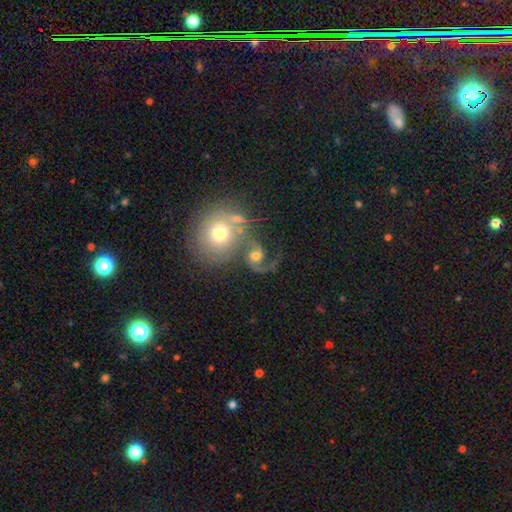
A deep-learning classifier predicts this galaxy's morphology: smooth-or-featured: featured or disk: 77% | smooth: 15% | star or artifact: 8%
  disk-edge-on: no: 98% | yes: 2%
    bar: no: 62% | weak: 30% | strong: 8%
    has-spiral-arms: yes: 94% | no: 6%
      spiral-winding: loose: 48% | medium: 43% | tight: 9%
      spiral-arm-count: 2: 83% | 1: 11% | can't tell: 2% | 3: 1% | 4: 1% | more than 4: 1%
    bulge-size: moderate: 61% | small: 17% | large: 16% | none: 3% | dominant: 2%
  merging: none: 39% | merger: 35% | major disturbance: 14% | minor disturbance: 12%